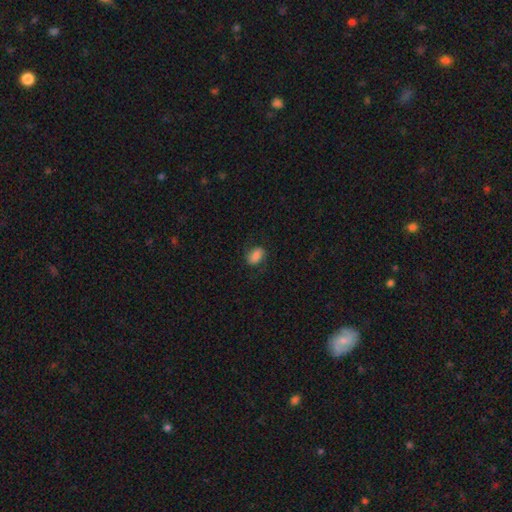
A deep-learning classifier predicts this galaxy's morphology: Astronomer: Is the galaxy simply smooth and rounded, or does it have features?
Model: smooth — 71%.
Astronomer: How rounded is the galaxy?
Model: in between — 82%.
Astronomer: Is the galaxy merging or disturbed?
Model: none — 72%.